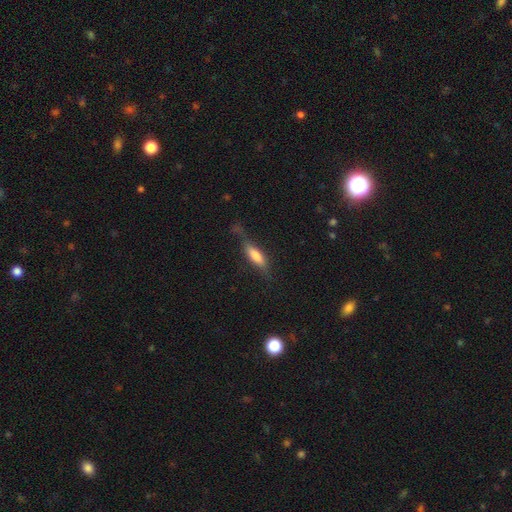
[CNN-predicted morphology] smooth_or_featured: smooth (p=0.65) [alt: featured or disk p=0.28]
how_rounded: cigar-shaped (p=0.54) [alt: in between p=0.43]
merging: none (p=0.59) [alt: minor disturbance p=0.25]